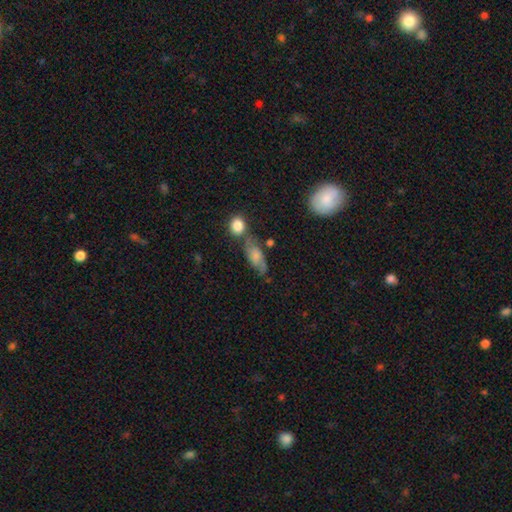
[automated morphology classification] Smooth or featured?
  - smooth: 55% *
  - featured or disk: 37%
  - star or artifact: 9%
How rounded?
  - in between: 78% *
  - cigar-shaped: 14%
  - round: 8%
Merging?
  - none: 52% *
  - minor disturbance: 23%
  - merger: 16%
  - major disturbance: 10%